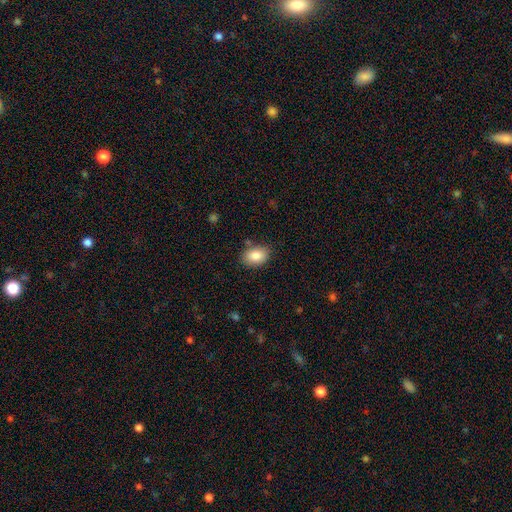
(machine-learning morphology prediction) The model was most divided on "merging": none: 82%, minor disturbance: 13%, major disturbance: 3%, merger: 3%. More confident: smooth or featured — smooth (86%); how rounded — in between (85%).